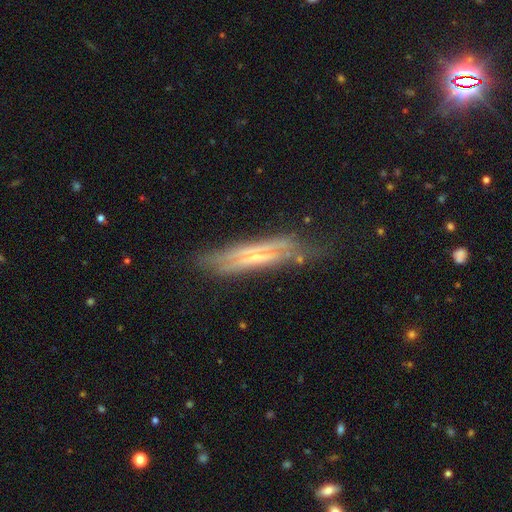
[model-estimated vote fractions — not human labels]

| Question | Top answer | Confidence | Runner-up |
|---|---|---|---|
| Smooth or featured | featured or disk | 71% | smooth (21%) |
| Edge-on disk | yes | 76% | no (24%) |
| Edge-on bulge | rounded | 44% | tied: none (44%) |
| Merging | none | 65% | minor disturbance (23%) |